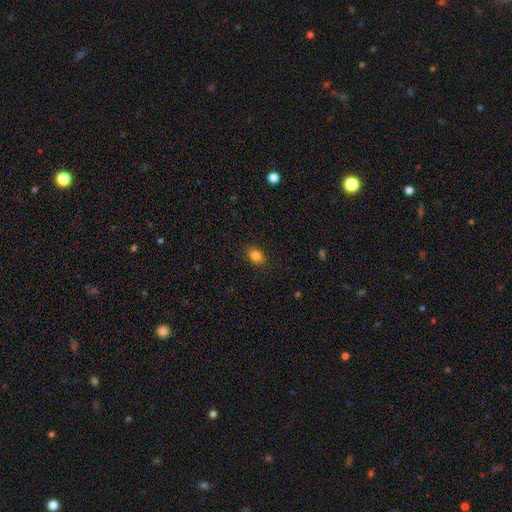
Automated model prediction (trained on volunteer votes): Smooth or featured? Predicted: smooth (p=0.84). How rounded? Predicted: in between (p=0.69). Merging? Predicted: none (p=0.86).